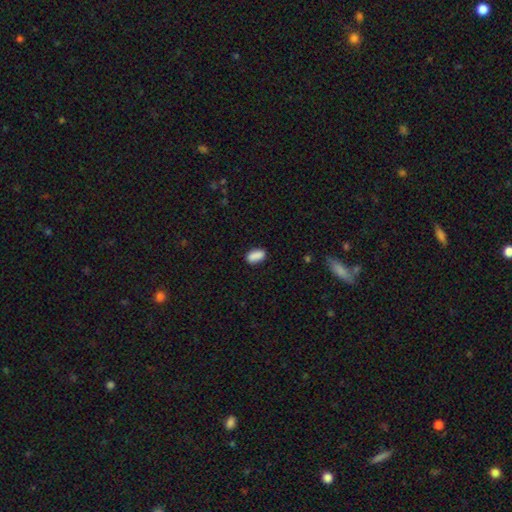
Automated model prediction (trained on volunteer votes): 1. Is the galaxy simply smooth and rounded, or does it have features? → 88% smooth, 8% star or artifact, 4% featured or disk.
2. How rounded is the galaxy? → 90% in between, 6% cigar-shaped, 4% round.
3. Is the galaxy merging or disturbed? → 83% none, 12% minor disturbance, 3% major disturbance, 2% merger.